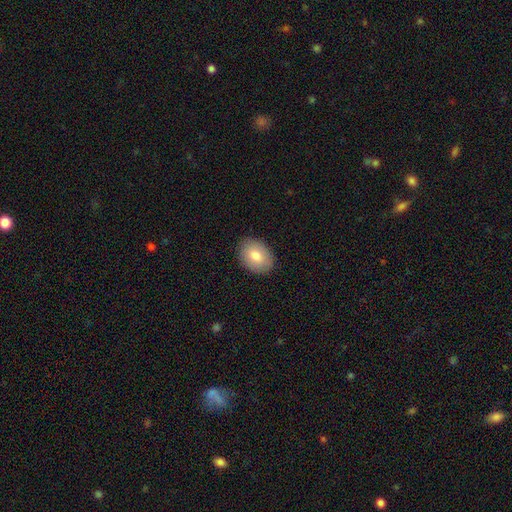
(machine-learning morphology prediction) Overall: smooth (78%). How rounded: in between (75%). Merging: none (88%).